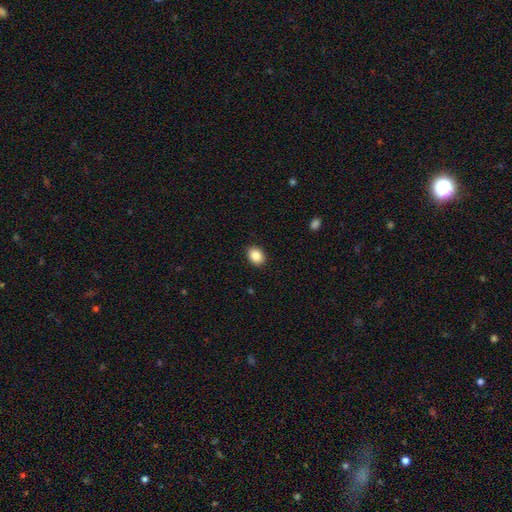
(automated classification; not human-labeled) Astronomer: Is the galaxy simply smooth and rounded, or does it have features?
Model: smooth — 87%.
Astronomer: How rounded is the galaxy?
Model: in between — 64%.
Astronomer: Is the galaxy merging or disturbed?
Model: none — 90%.